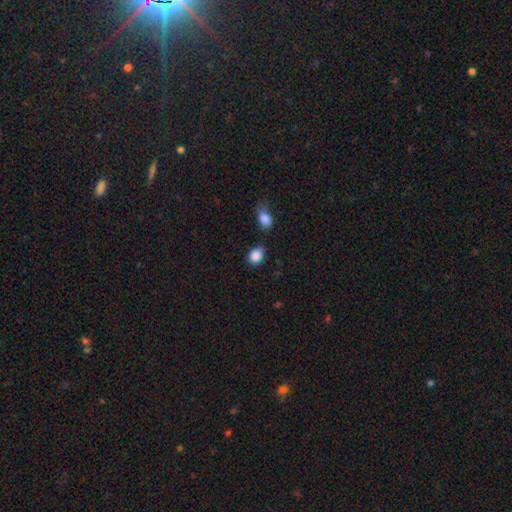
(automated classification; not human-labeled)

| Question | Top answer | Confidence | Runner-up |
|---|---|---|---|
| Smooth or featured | smooth | 88% | star or artifact (9%) |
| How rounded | in between | 58% | round (41%) |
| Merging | none | 71% | minor disturbance (18%) |